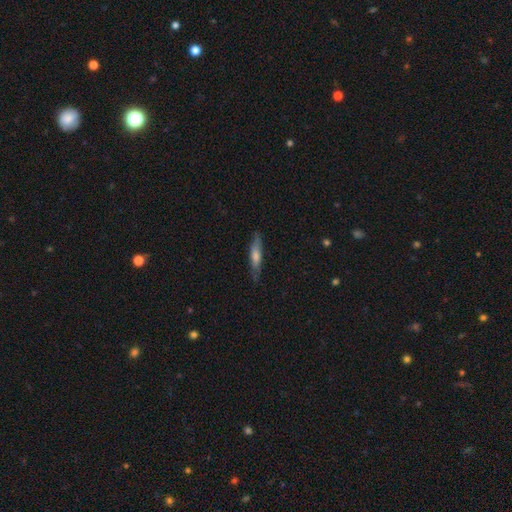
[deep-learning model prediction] Morphology: type=featured or disk (56%); edge-on=yes (89%); merging=none (83%).